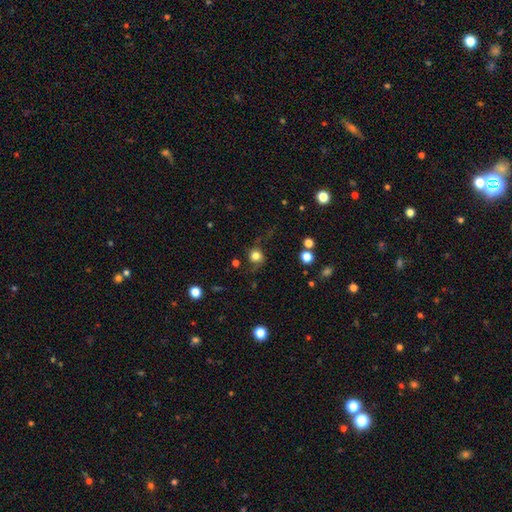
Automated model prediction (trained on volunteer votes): smooth 67%, featured or disk 21%, star or artifact 12%. Down the decision tree: how rounded — round (85%); merging — none (64%).